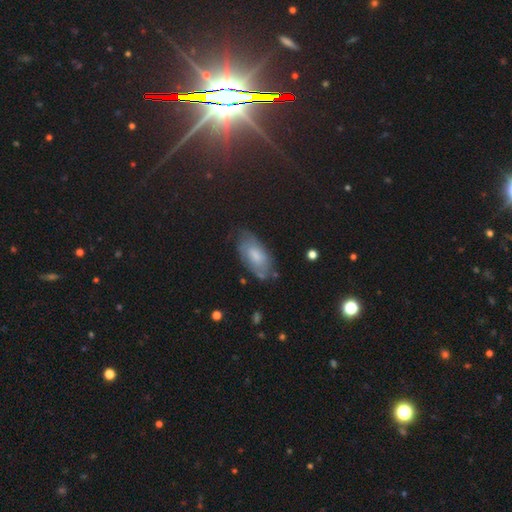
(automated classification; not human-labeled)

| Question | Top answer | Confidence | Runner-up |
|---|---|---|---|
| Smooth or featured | smooth | 57% | featured or disk (31%) |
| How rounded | in between | 91% | cigar-shaped (6%) |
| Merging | none | 66% | minor disturbance (24%) |